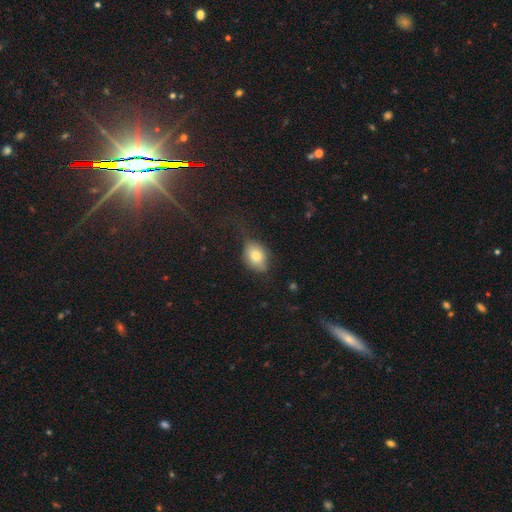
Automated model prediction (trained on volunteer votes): smooth_or_featured: smooth (p=0.77) [alt: featured or disk p=0.14]
how_rounded: in between (p=0.73) [alt: round p=0.26]
merging: none (p=0.55) [alt: minor disturbance p=0.29]